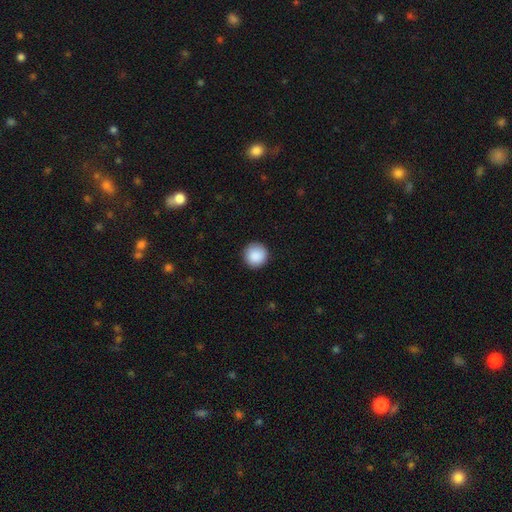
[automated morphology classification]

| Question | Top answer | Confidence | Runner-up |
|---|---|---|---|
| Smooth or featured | smooth | 89% | star or artifact (8%) |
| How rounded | round | 96% | in between (3%) |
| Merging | none | 92% | minor disturbance (6%) |